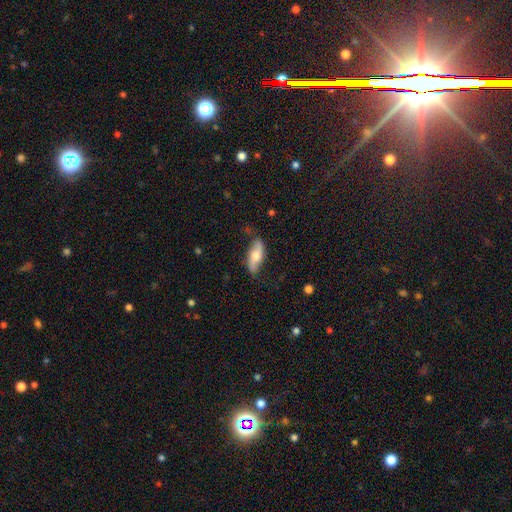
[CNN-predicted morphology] This appears to be a featured or disk galaxy (48%). Merging: none (72%).